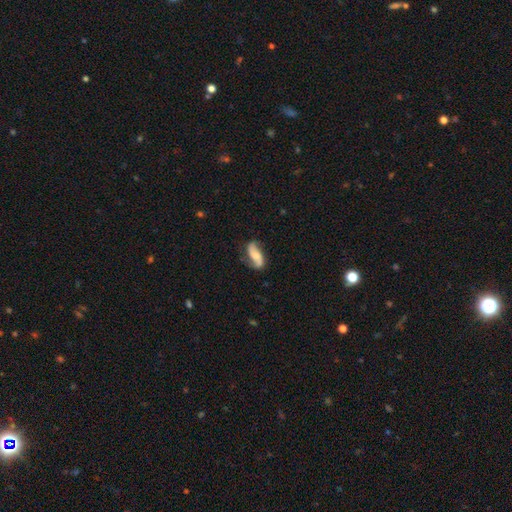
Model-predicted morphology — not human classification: smooth_or_featured: featured or disk (p=0.65) [alt: smooth p=0.28]
disk_edge_on: no (p=0.94) [alt: yes p=0.06]
bar: no (p=0.51) [alt: weak p=0.32]
has_spiral_arms: yes (p=0.93) [alt: no p=0.07]
spiral_winding: loose (p=0.61) [alt: medium p=0.28]
spiral_arm_count: 2 (p=0.90) [alt: can't tell p=0.04]
bulge_size: moderate (p=0.37) [alt: small p=0.36]
merging: none (p=0.69) [alt: minor disturbance p=0.21]